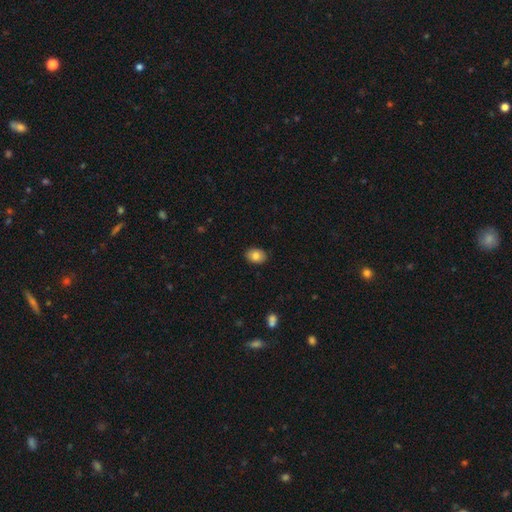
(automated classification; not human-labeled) Smooth or featured?
  - smooth: 84% *
  - featured or disk: 8%
  - star or artifact: 8%
How rounded?
  - in between: 73% *
  - round: 26%
  - cigar-shaped: 1%
Merging?
  - none: 89% *
  - minor disturbance: 8%
  - major disturbance: 2%
  - merger: 1%